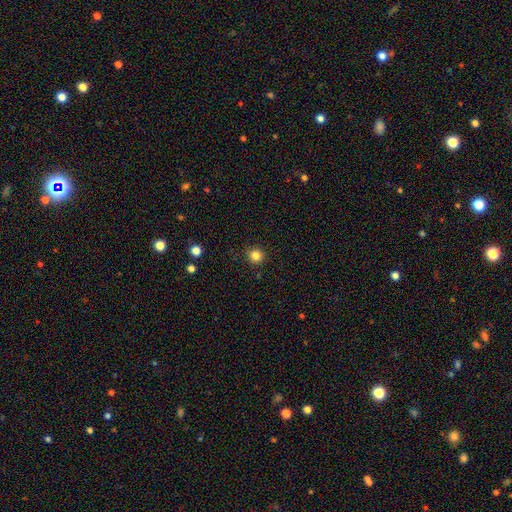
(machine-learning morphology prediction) Smooth or featured? smooth (83%)
How rounded? round (94%)
Merging? none (92%)